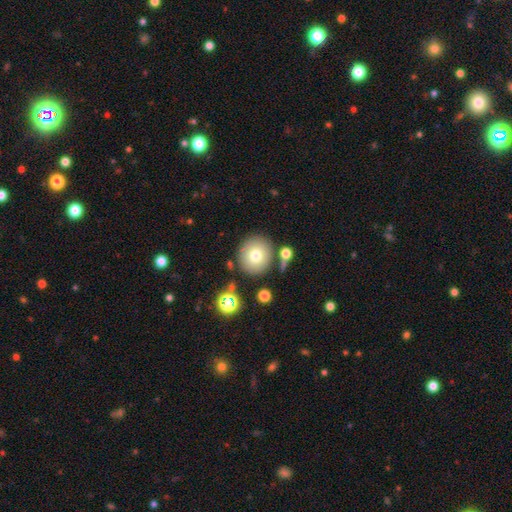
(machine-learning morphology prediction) This is likely a smooth galaxy (74%). How rounded: clearly round (90%). Merging: clearly none (80%).